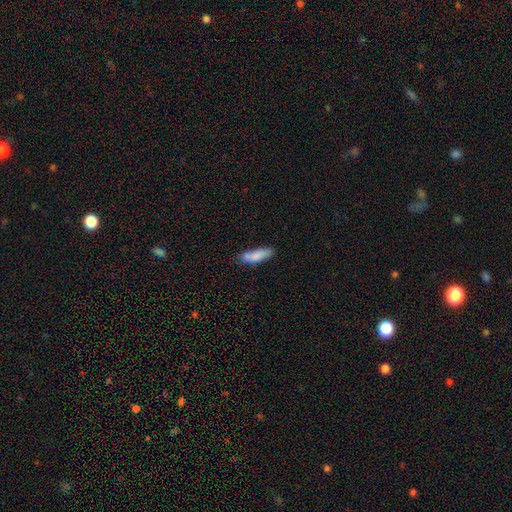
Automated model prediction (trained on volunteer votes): smooth-or-featured: smooth: 79% | featured or disk: 14% | star or artifact: 7%
  how-rounded: cigar-shaped: 50% | in between: 48% | round: 2%
  merging: none: 57% | minor disturbance: 20% | merger: 18% | major disturbance: 5%